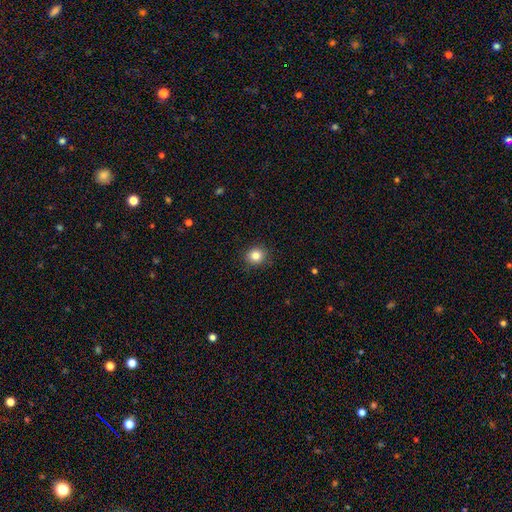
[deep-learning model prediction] Smooth or featured: smooth — 84% (star or artifact — 11%)
How rounded: round — 85% (in between — 15%)
Merging: none — 89% (minor disturbance — 7%)